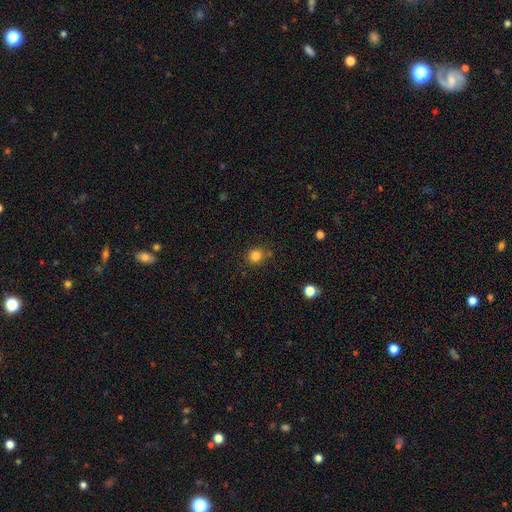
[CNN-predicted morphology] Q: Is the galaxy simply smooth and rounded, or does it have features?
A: smooth — 82%.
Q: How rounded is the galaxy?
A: round — 91%.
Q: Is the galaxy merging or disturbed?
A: none — 83%.